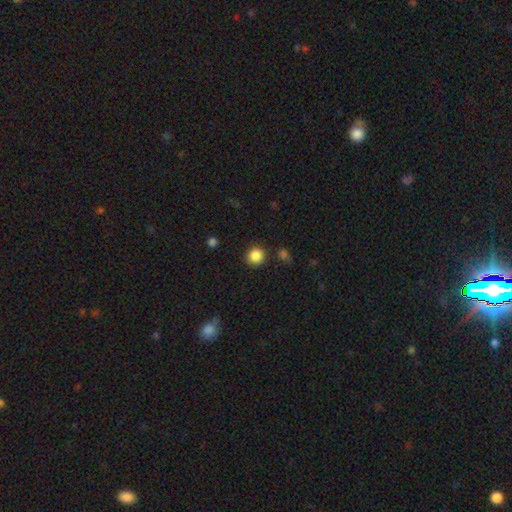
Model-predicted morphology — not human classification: type=smooth (86%); roundness=round (92%); merging=none (88%).